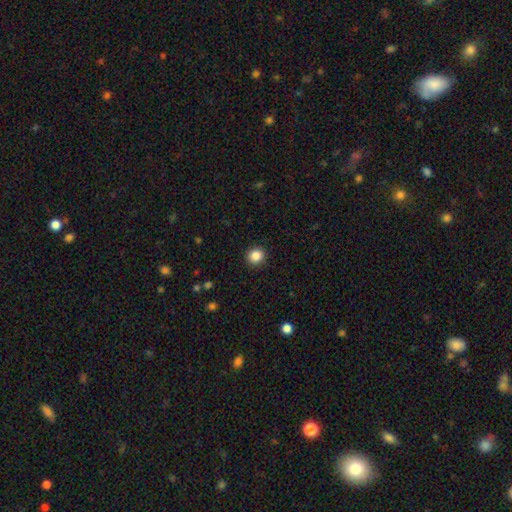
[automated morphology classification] Smooth or featured? Predicted: smooth (p=0.86). How rounded? Predicted: round (p=0.88). Merging? Predicted: none (p=0.92).